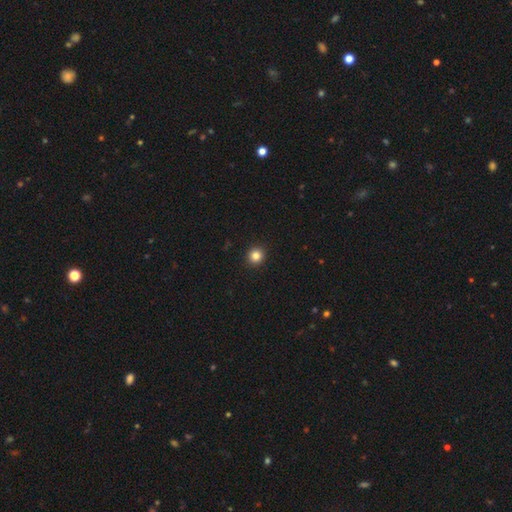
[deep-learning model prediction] Smooth or featured? smooth (84%)
How rounded? round (93%)
Merging? none (93%)